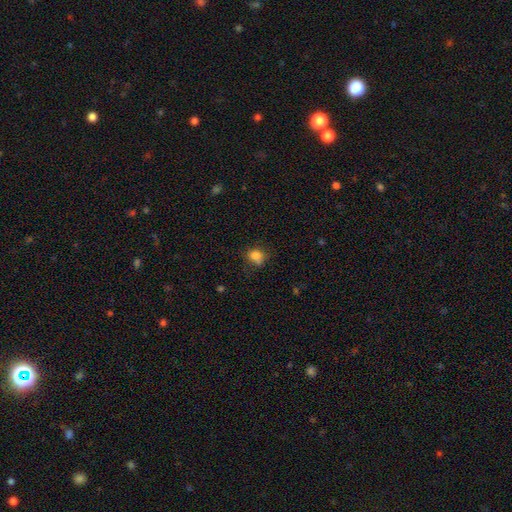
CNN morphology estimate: Smooth or featured?
  - smooth: 81% *
  - star or artifact: 12%
  - featured or disk: 8%
How rounded?
  - round: 63% *
  - in between: 36%
  - cigar-shaped: 1%
Merging?
  - none: 58% *
  - minor disturbance: 22%
  - merger: 12%
  - major disturbance: 7%